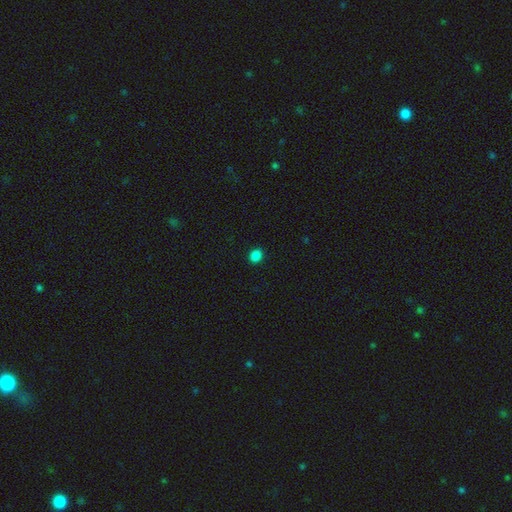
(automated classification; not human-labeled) smooth_or_featured: smooth (p=0.85) [alt: star or artifact p=0.12]
how_rounded: round (p=0.64) [alt: in between p=0.35]
merging: none (p=0.91) [alt: minor disturbance p=0.06]